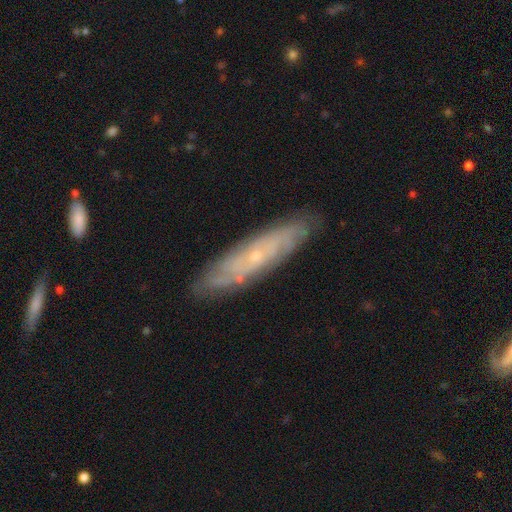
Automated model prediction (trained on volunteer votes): Overall: featured or disk (72%). Edge-on disk: no (68%; yes 32%). Merging: none (85%).